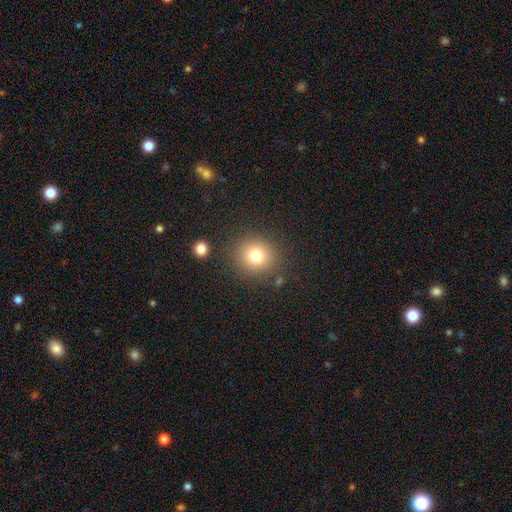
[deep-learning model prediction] smooth_or_featured: smooth (p=0.78) [alt: star or artifact p=0.13]
how_rounded: round (p=0.89) [alt: in between p=0.10]
merging: none (p=0.85) [alt: minor disturbance p=0.08]